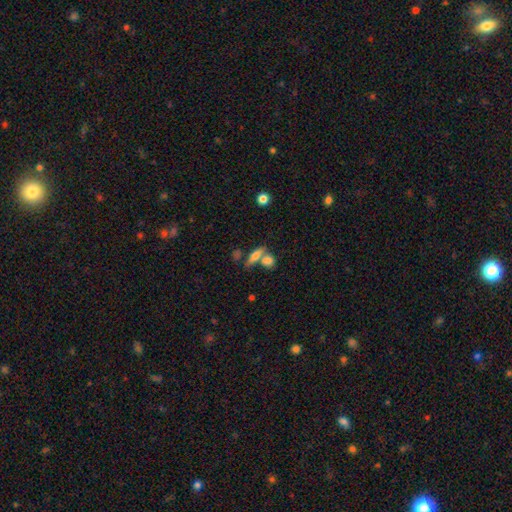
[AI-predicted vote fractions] smooth-or-featured: smooth: 56% | featured or disk: 34% | star or artifact: 10%
  how-rounded: in between: 44% | cigar-shaped: 43% | round: 14%
  merging: none: 52% | merger: 33% | minor disturbance: 10% | major disturbance: 5%